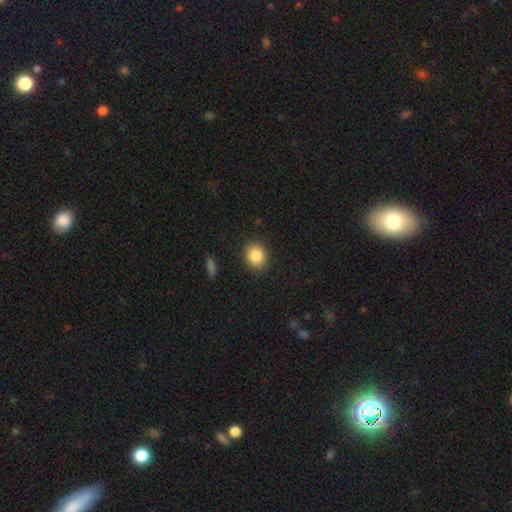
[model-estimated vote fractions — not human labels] Smooth or featured? smooth (84%)
How rounded? round (70%)
Merging? none (88%)